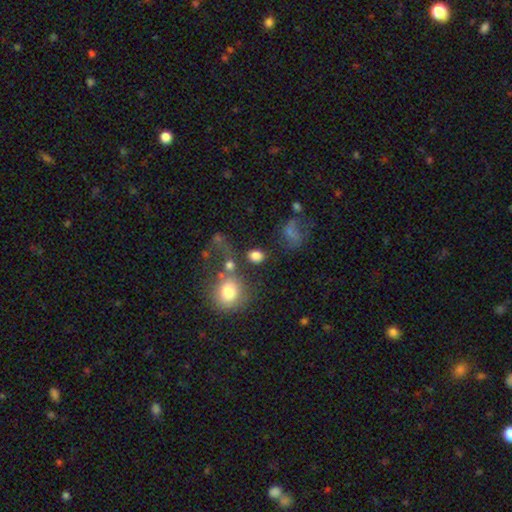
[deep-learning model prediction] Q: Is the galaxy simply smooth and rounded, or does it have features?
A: smooth — 80%.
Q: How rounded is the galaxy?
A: round — 52%.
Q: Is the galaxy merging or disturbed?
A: none — 59%.